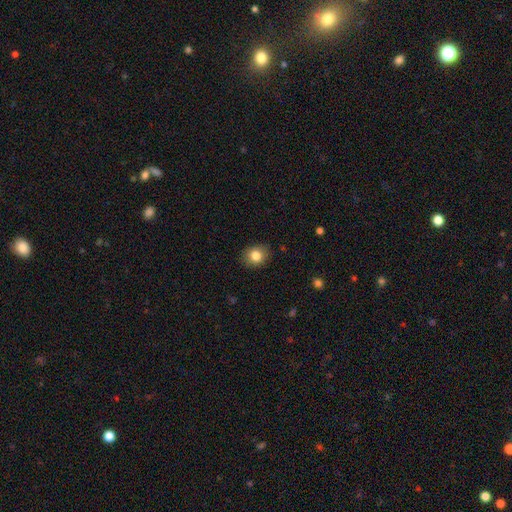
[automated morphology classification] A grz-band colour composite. It shows a smooth galaxy with no disk features (83%) that is round (63%). Merging: none (88%).